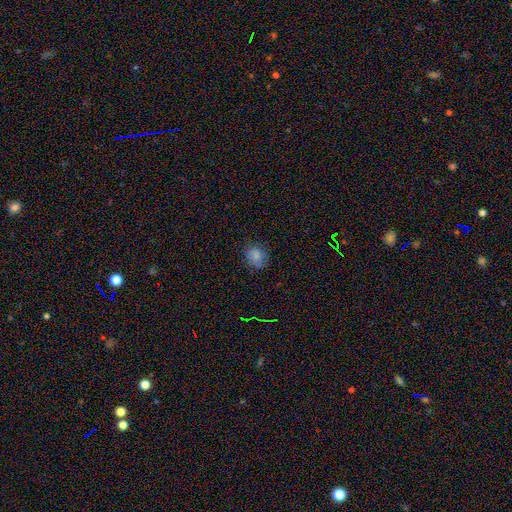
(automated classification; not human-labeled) This is likely a smooth galaxy (80%). How rounded: likely round (63%). Merging: likely none (77%).